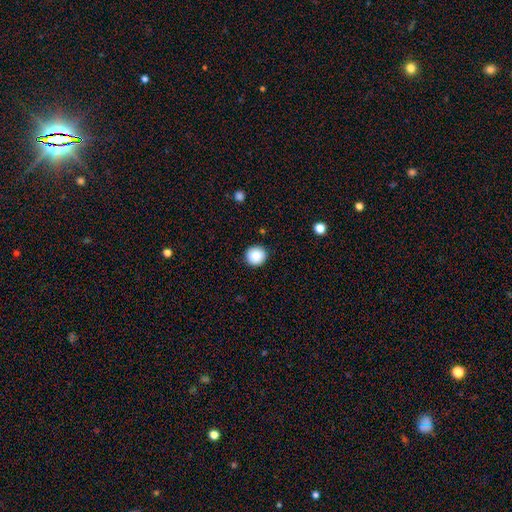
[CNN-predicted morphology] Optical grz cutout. It shows a smooth galaxy with no disk features (87%) that is round (94%). Merging: none (91%).